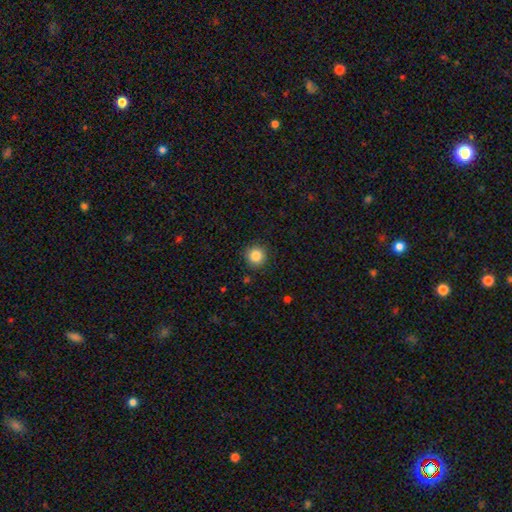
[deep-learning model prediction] Overall: smooth (86%). How rounded: round (94%). Merging: none (90%).